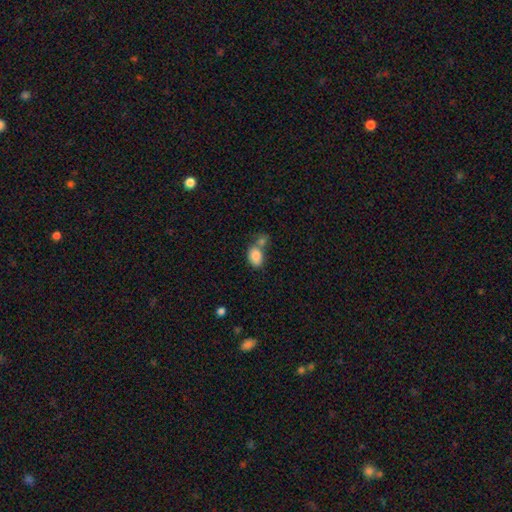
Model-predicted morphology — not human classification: Q: Smooth or featured?
A: smooth (84%); runner-up: featured or disk (8%)
Q: How rounded?
A: in between (80%); runner-up: round (19%)
Q: Merging?
A: merger (45%); runner-up: none (37%)